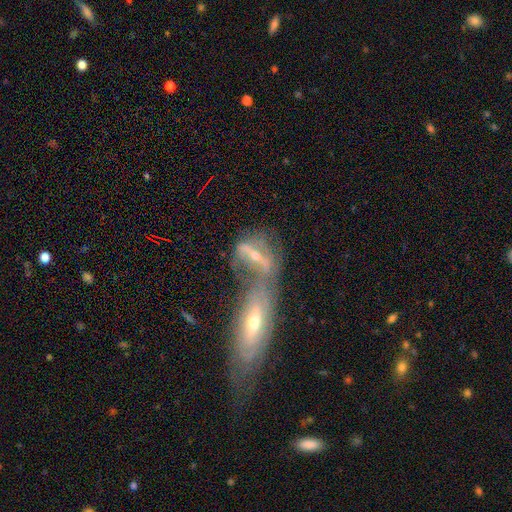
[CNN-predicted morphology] featured or disk 69%, smooth 21%, star or artifact 9%. Down the decision tree: edge-on disk — no (67%); merging — merger (60%).